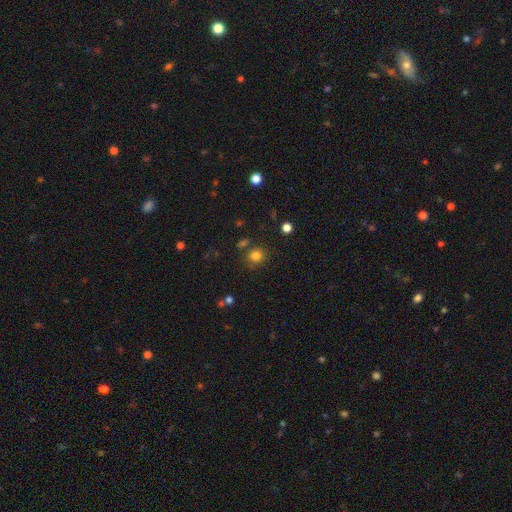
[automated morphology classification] Overall: smooth (80%). How rounded: round (87%). Merging: none (79%).